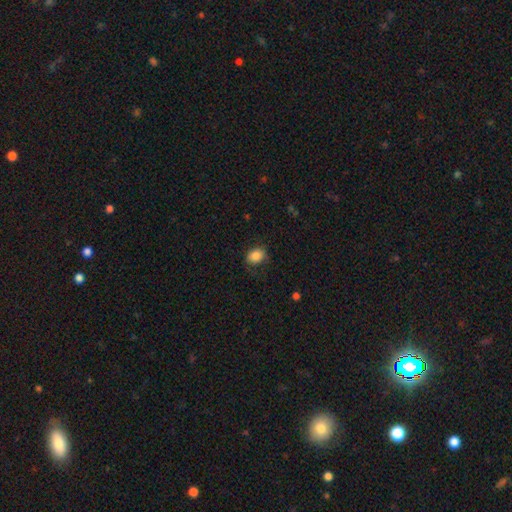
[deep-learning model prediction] Smooth or featured? smooth (85%)
How rounded? in between (64%)
Merging? none (74%)